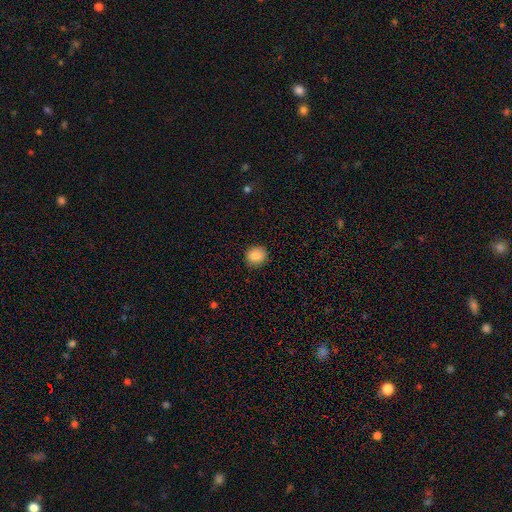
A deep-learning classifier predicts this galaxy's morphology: A smooth galaxy with no disk features (88%) that is round (72%). Merging: none (87%).